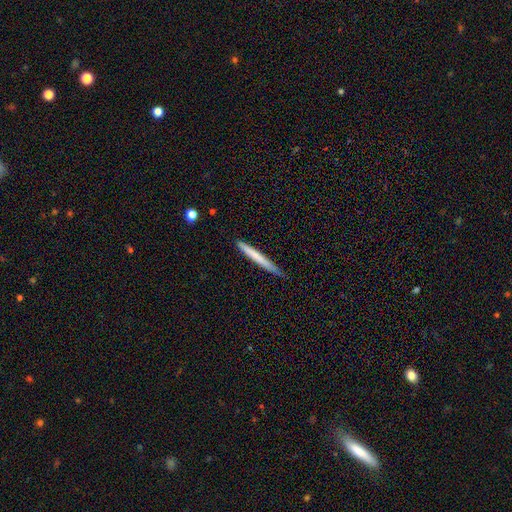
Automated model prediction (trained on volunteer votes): smooth-or-featured: smooth: 64% | featured or disk: 31% | star or artifact: 6%
  how-rounded: cigar-shaped: 97% | in between: 2% | round: 1%
  merging: none: 81% | minor disturbance: 16% | major disturbance: 2% | merger: 1%